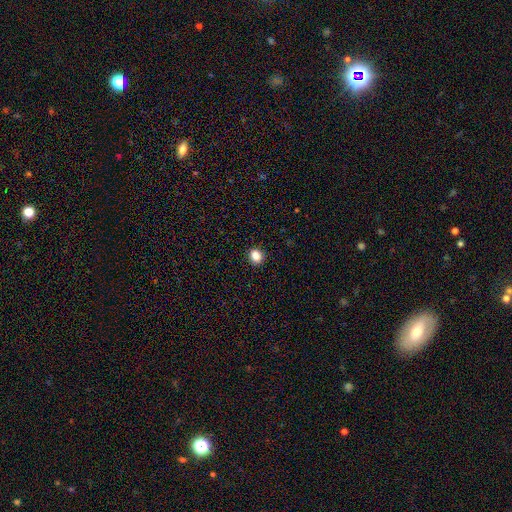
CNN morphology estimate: This appears to be a smooth galaxy with no disk features (85%) that is round (68%). Merging: none (91%).